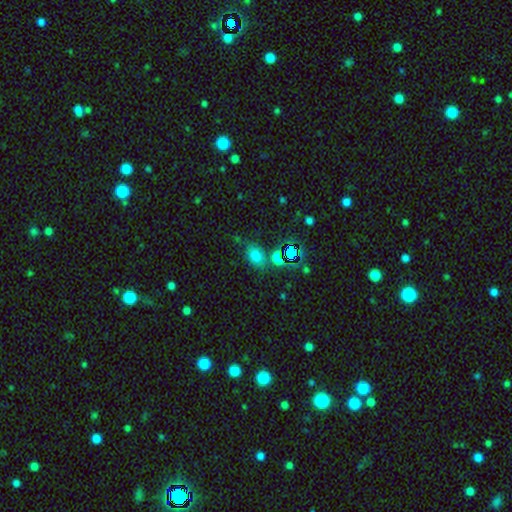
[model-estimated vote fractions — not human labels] Smooth or featured: smooth — 67% (star or artifact — 24%)
How rounded: in between — 69% (round — 29%)
Merging: none — 70% (minor disturbance — 15%)